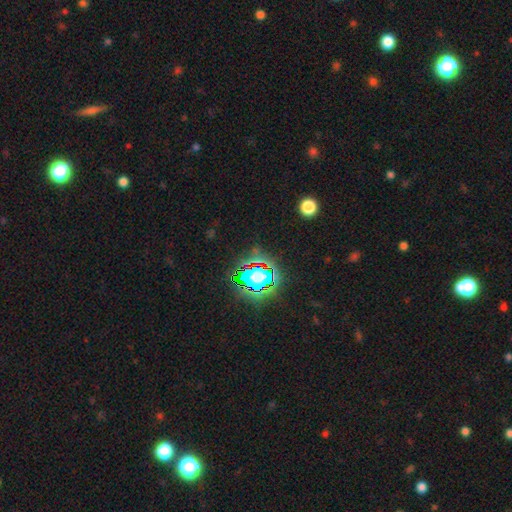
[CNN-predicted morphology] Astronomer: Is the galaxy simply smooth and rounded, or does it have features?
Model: star or artifact — 81%.